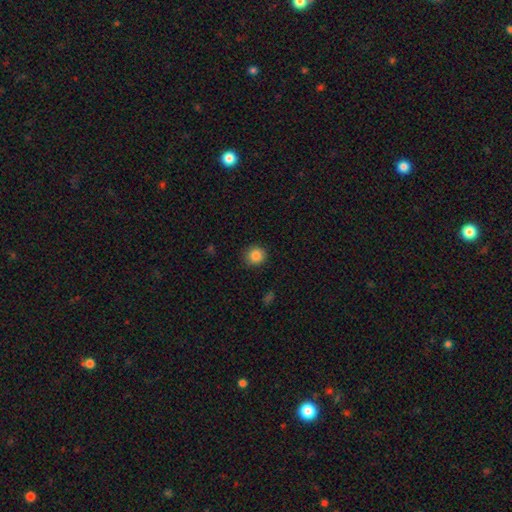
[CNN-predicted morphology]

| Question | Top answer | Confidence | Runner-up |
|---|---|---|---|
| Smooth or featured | smooth | 86% | star or artifact (10%) |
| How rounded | round | 91% | in between (8%) |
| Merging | none | 89% | minor disturbance (8%) |